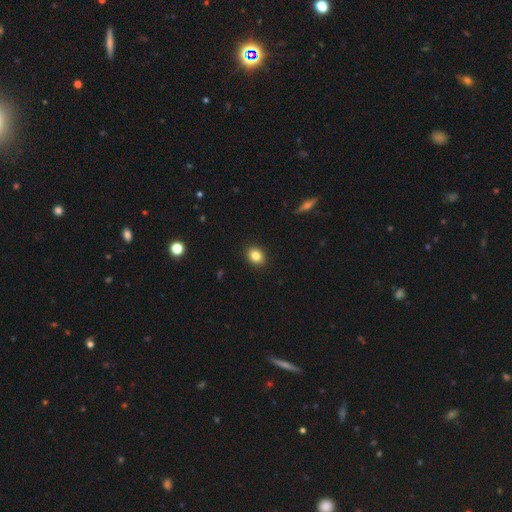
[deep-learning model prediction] The model was most divided on "how rounded": in between: 51%, round: 48%, cigar-shaped: 1%. More confident: merging — none (91%); smooth or featured — smooth (84%).